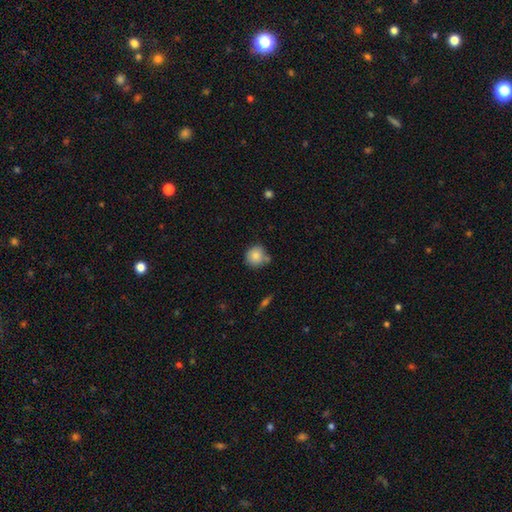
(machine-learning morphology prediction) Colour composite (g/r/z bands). It shows a smooth galaxy with no disk features (85%) that is round (89%). Merging: none (67%).